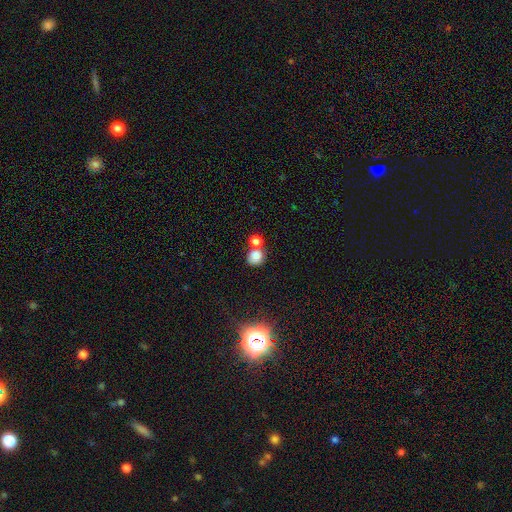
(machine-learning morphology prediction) type=smooth (80%); roundness=round (81%); merging=none (56%).